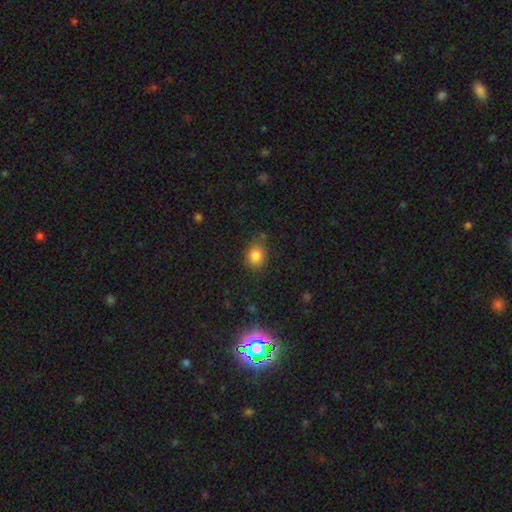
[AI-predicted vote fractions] Smooth or featured? Predicted: smooth (p=0.82). How rounded? Predicted: round (p=0.51). Merging? Predicted: none (p=0.76).